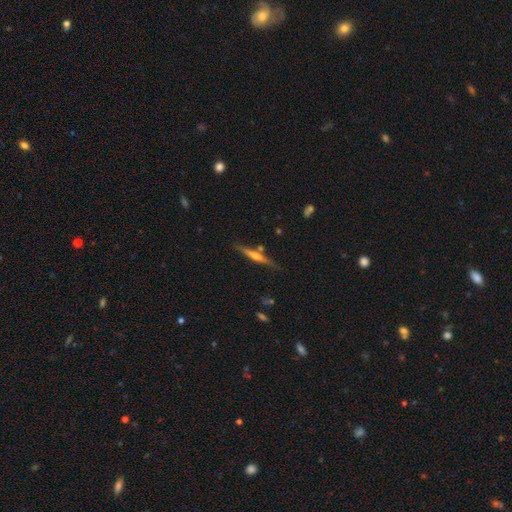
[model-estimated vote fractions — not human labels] A featured or disk galaxy (61%) viewed edge-on (97%) with a rounded central bulge (75%). Merging: none (80%).